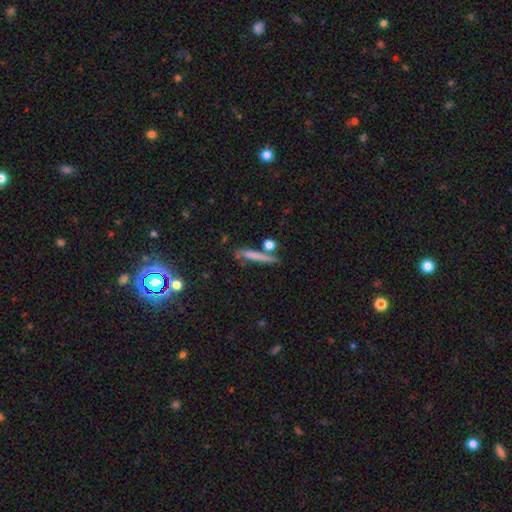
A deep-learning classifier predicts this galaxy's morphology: Overall: smooth (66%). How rounded: cigar-shaped (89%). Merging: none (72%).